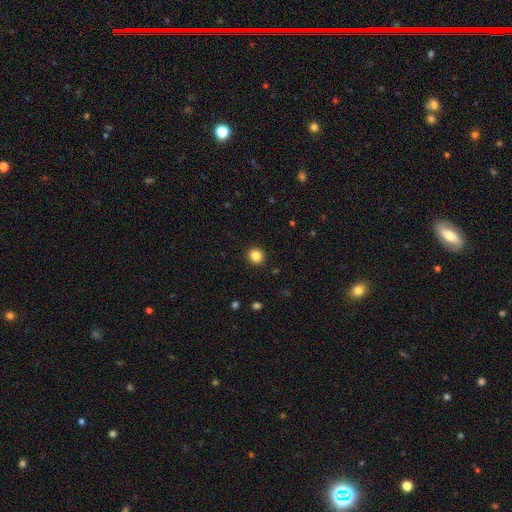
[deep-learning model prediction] The model was most divided on "smooth or featured": smooth: 85%, star or artifact: 11%, featured or disk: 4%. More confident: merging — none (92%); how rounded — round (89%).